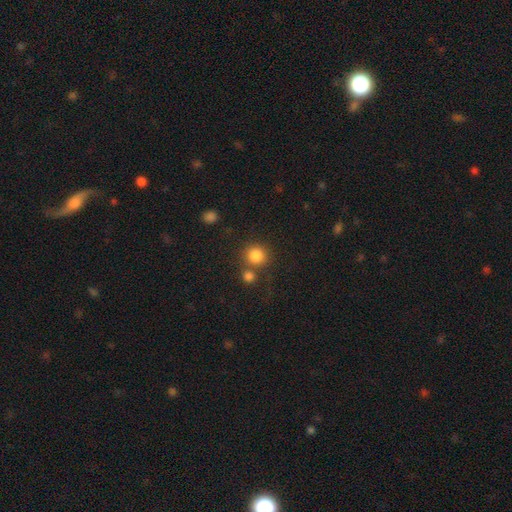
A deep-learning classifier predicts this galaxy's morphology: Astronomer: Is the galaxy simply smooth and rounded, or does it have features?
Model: smooth — 83%.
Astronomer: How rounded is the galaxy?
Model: round — 90%.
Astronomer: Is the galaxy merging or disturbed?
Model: none — 65%.